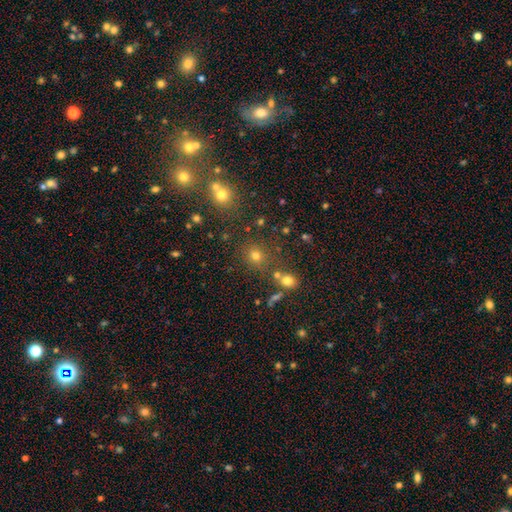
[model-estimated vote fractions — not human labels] Smooth or featured? Predicted: smooth (p=0.69). How rounded? Predicted: round (p=0.82). Merging? Predicted: none (p=0.74).